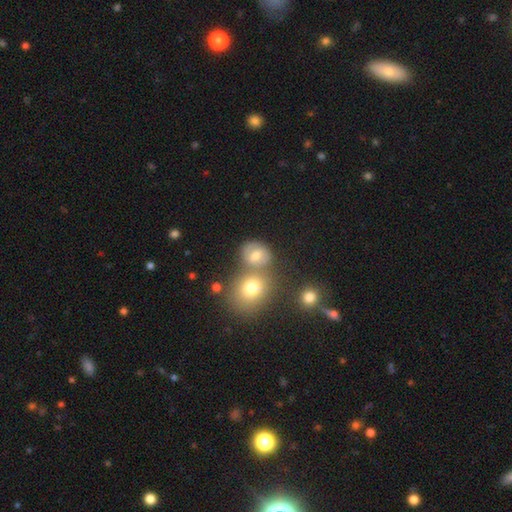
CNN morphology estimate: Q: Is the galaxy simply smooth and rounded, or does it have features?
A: smooth — 64%.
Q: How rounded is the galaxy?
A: round — 67%.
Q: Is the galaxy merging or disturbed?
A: none — 53%.